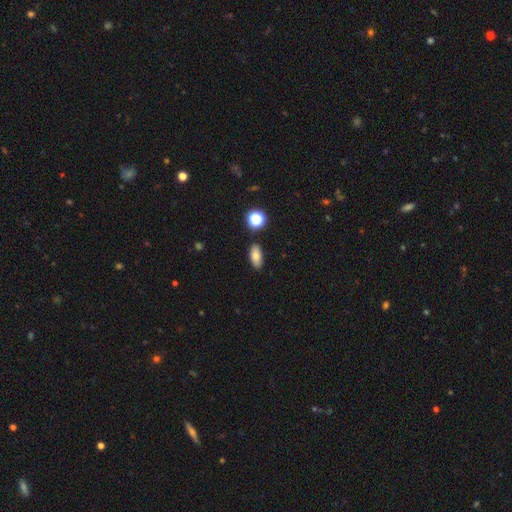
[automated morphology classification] Q: Smooth or featured?
A: smooth (77%); runner-up: featured or disk (12%)
Q: How rounded?
A: in between (86%); runner-up: cigar-shaped (8%)
Q: Merging?
A: none (85%); runner-up: minor disturbance (10%)